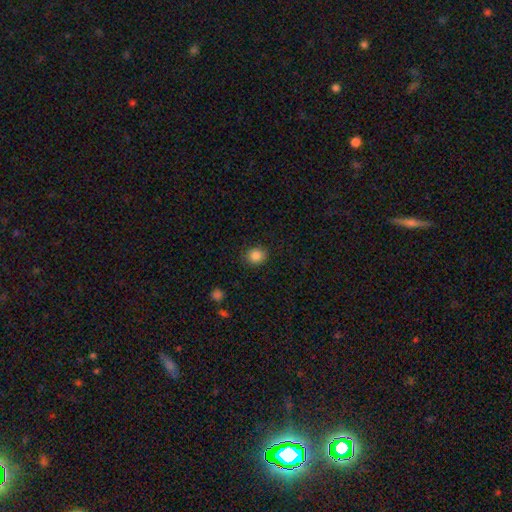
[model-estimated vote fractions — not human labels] Smooth or featured: smooth — 86% (star or artifact — 10%)
How rounded: round — 76% (in between — 23%)
Merging: none — 85% (minor disturbance — 10%)